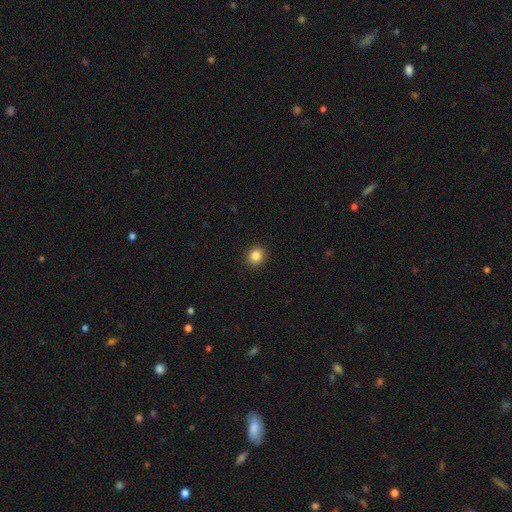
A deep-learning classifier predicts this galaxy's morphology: Smooth or featured? smooth (85%)
How rounded? round (82%)
Merging? none (92%)